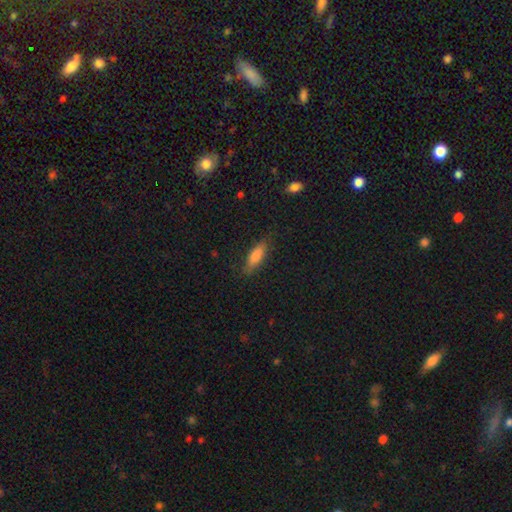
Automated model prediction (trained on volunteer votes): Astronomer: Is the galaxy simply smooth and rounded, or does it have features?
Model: smooth — 77%.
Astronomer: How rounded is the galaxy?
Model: in between — 52% (runner-up: cigar-shaped, 46%).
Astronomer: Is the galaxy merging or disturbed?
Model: none — 80%.